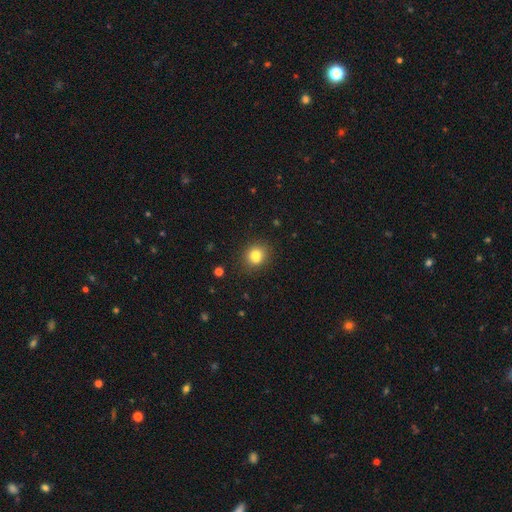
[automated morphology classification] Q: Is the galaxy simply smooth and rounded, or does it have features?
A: smooth — 81%.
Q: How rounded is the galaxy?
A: round — 71%.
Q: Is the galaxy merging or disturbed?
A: none — 80%.